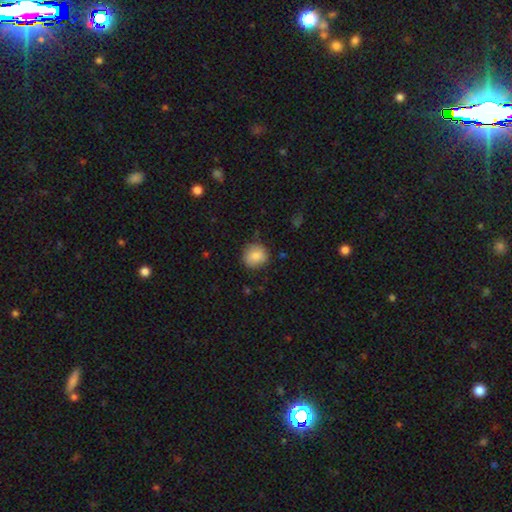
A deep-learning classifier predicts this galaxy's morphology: This is clearly a smooth galaxy (83%). How rounded: clearly round (88%). Merging: clearly none (83%).